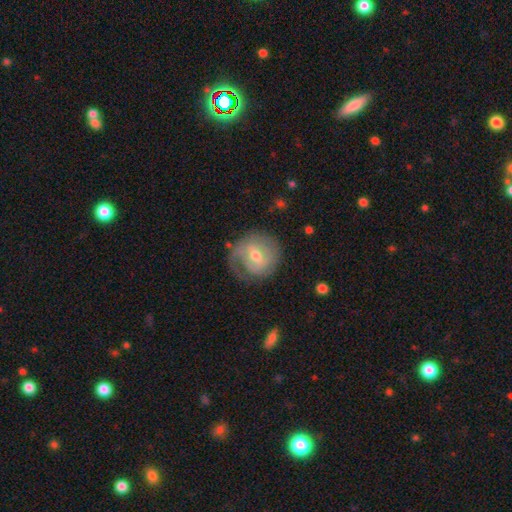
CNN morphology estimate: This is likely a featured or disk galaxy (69%). It is clearly not viewed edge-on (96%). Bar: possibly weak (54%). Spiral arm pattern: likely yes (79%). Spiral arm count: marginally 2 (39%). Spiral winding: possibly tight (54%). Central bulge: likely moderate (68%). Merging: likely none (62%).